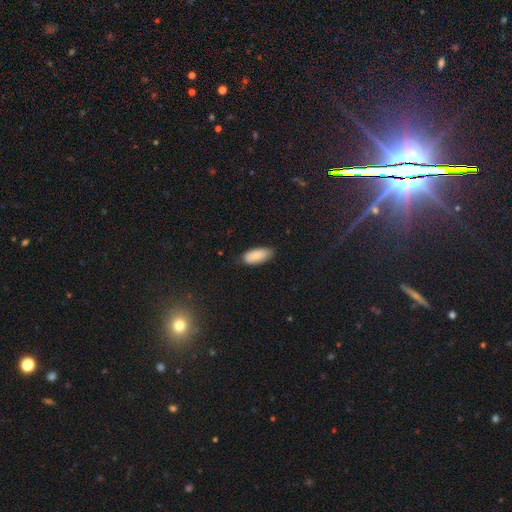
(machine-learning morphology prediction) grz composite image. It shows a smooth galaxy with no disk features (87%) that is in between round and cigar-shaped (89%). Merging: none (76%).